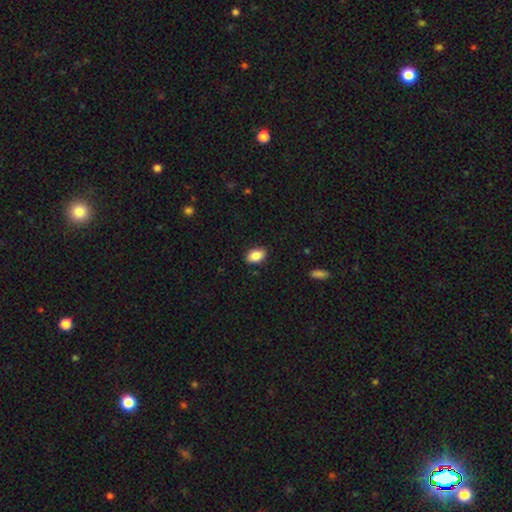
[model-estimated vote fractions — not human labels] The model was most divided on "merging": none: 87%, minor disturbance: 10%, major disturbance: 2%, merger: 1%. More confident: how rounded — in between (90%); smooth or featured — smooth (87%).